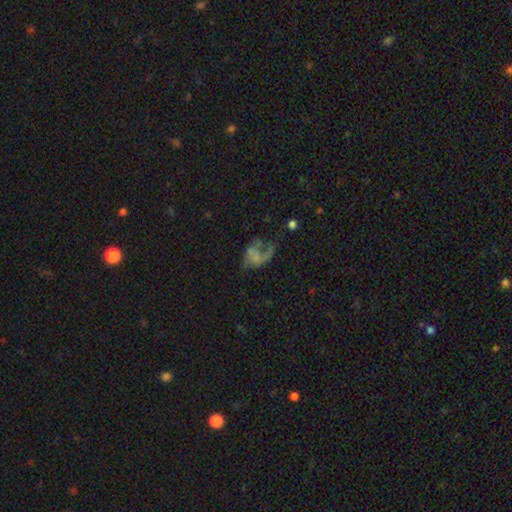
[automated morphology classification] A featured or disk galaxy (53%) with no bar (80%), no spiral arms (59%) and no central bulge (77%).

Vote fractions:
- Smooth or featured? featured or disk: 53% / smooth: 31% / star or artifact: 16%
- Edge-on disk? no: 98% / yes: 2%
- Bar? no: 80% / weak: 15% / strong: 5%
- Spiral arms? no: 59% / yes: 41%
- Bulge size? none: 77% / small: 10% / moderate: 7% / large: 4% / dominant: 2%
- Merging? major disturbance: 51% / none: 24% / minor disturbance: 18% / merger: 8%